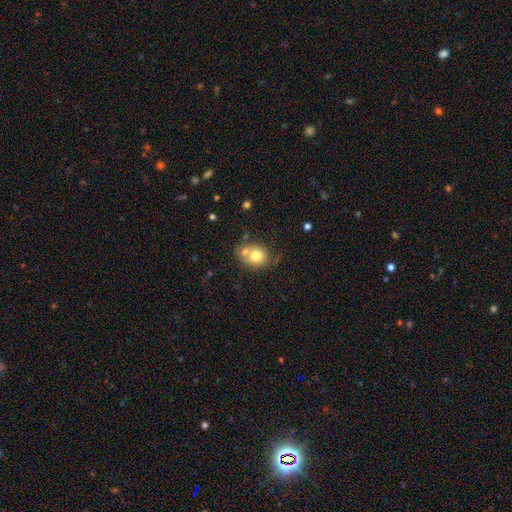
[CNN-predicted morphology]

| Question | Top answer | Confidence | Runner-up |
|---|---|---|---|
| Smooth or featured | smooth | 73% | featured or disk (18%) |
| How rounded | round | 57% | in between (42%) |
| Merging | none | 43% | merger (35%) |